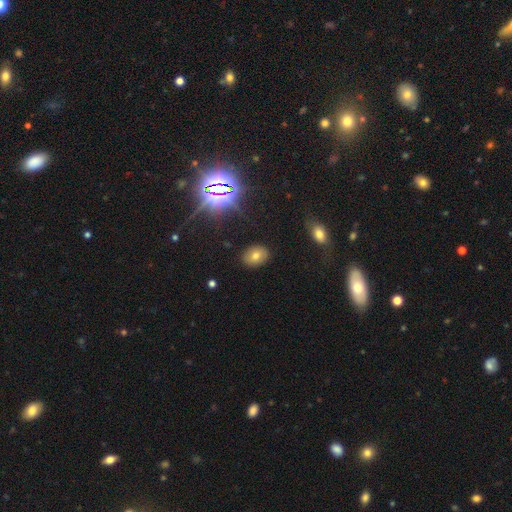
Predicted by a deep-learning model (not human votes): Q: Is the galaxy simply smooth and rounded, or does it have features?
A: smooth — 63%.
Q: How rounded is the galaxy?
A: in between — 71%.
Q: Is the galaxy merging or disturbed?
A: none — 87%.